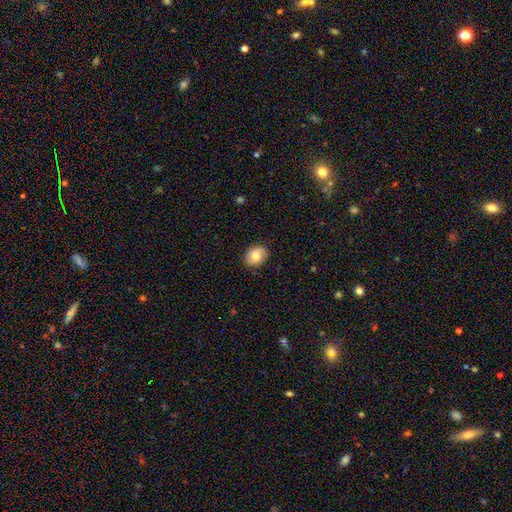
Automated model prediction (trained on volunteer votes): This appears to be a smooth galaxy with no disk features (76%) that is in between round and cigar-shaped (64%). Merging: none (84%).